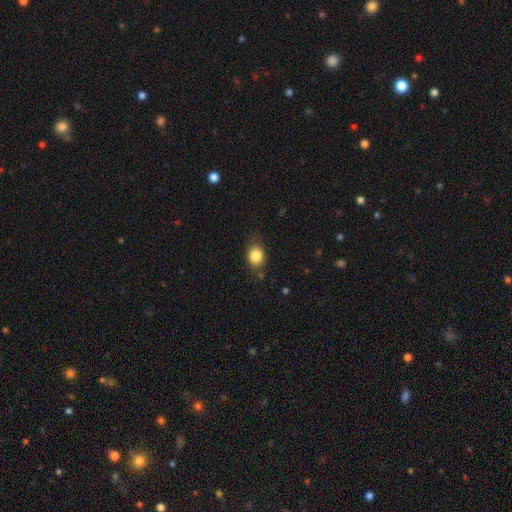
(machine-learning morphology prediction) A smooth galaxy with no disk features (84%) that is round (53%).

Vote fractions:
- Smooth or featured? smooth: 84% / star or artifact: 9% / featured or disk: 7%
- How rounded? round: 53% / in between: 46% / cigar-shaped: 1%
- Merging? none: 75% / minor disturbance: 18% / major disturbance: 5% / merger: 2%